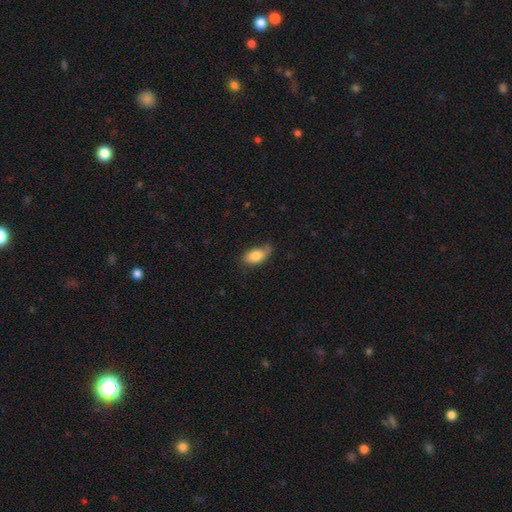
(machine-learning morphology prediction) A smooth galaxy with no disk features (79%) that is in between round and cigar-shaped (92%). Merging: none (60%).